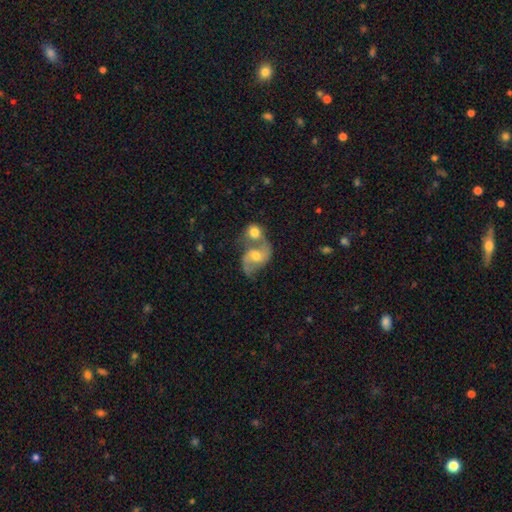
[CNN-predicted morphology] Q: Smooth or featured?
A: featured or disk (74%); runner-up: smooth (19%)
Q: Edge-on disk?
A: no (97%); runner-up: yes (3%)
Q: Bar?
A: no (47%); runner-up: weak (41%)
Q: Spiral arms?
A: yes (92%); runner-up: no (8%)
Q: Spiral winding?
A: loose (53%); runner-up: medium (39%)
Q: Spiral arm count?
A: 2 (90%); runner-up: can't tell (4%)
Q: Bulge size?
A: moderate (65%); runner-up: small (26%)
Q: Merging?
A: merger (56%); runner-up: none (28%)